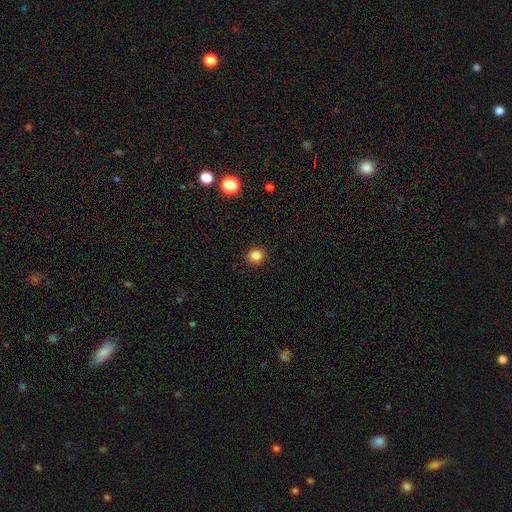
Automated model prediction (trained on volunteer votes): Overall: smooth (85%). How rounded: round (85%). Merging: none (92%).